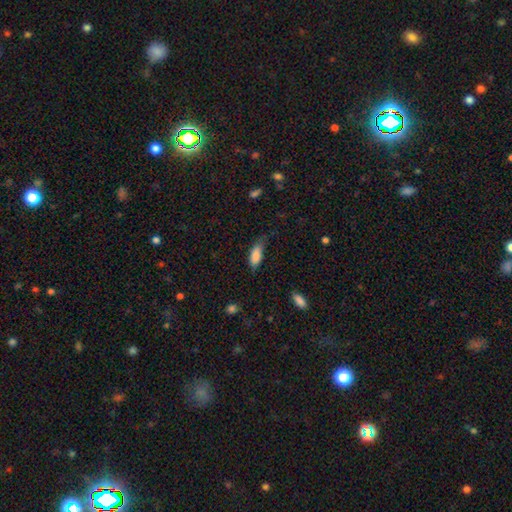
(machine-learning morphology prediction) Smooth or featured?
  - smooth: 84% *
  - featured or disk: 9%
  - star or artifact: 7%
How rounded?
  - in between: 78% *
  - cigar-shaped: 19%
  - round: 2%
Merging?
  - none: 52% *
  - minor disturbance: 36%
  - major disturbance: 10%
  - merger: 2%